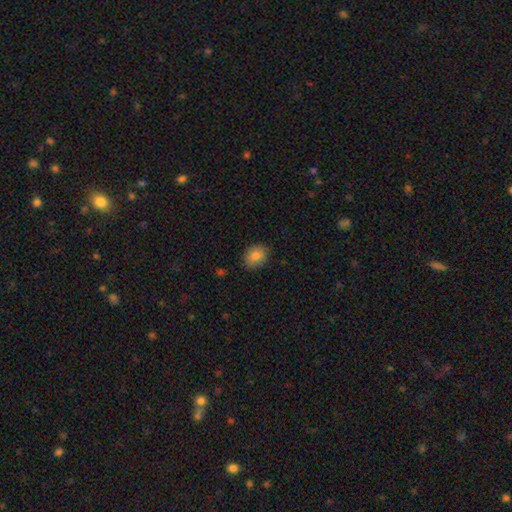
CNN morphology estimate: The model was most divided on "how rounded": in between: 53%, round: 47%, cigar-shaped: 1%. More confident: smooth or featured — smooth (83%); merging — none (82%).